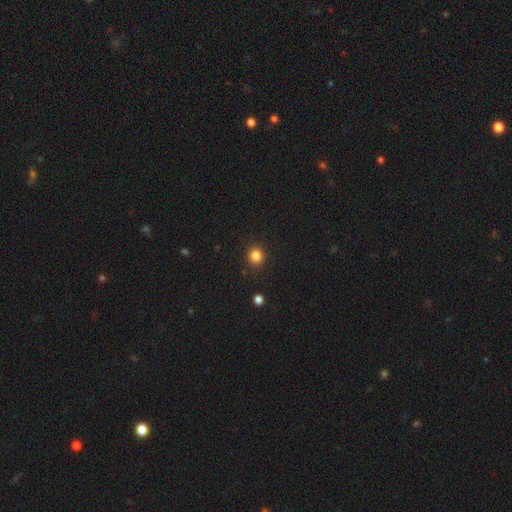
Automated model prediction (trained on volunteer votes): smooth_or_featured: smooth (p=0.84) [alt: star or artifact p=0.12]
how_rounded: round (p=0.86) [alt: in between p=0.13]
merging: none (p=0.91) [alt: minor disturbance p=0.06]